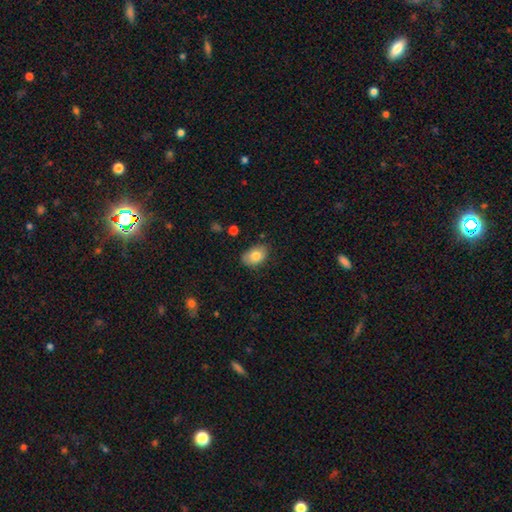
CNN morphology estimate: type=smooth (81%); roundness=in between (85%); merging=none (74%).